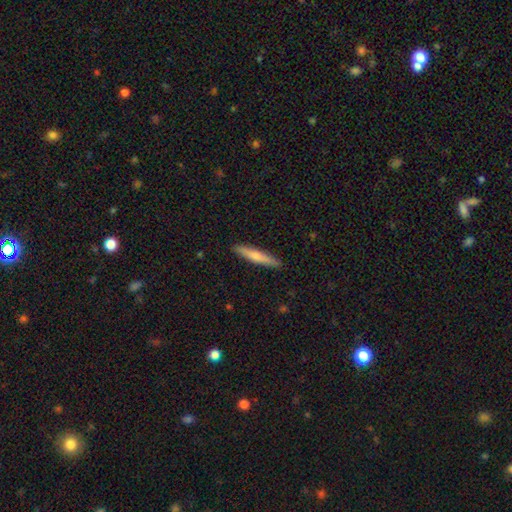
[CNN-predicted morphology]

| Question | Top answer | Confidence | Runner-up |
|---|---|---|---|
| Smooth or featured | featured or disk | 48% | smooth (44%) |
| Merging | none | 91% | minor disturbance (7%) |